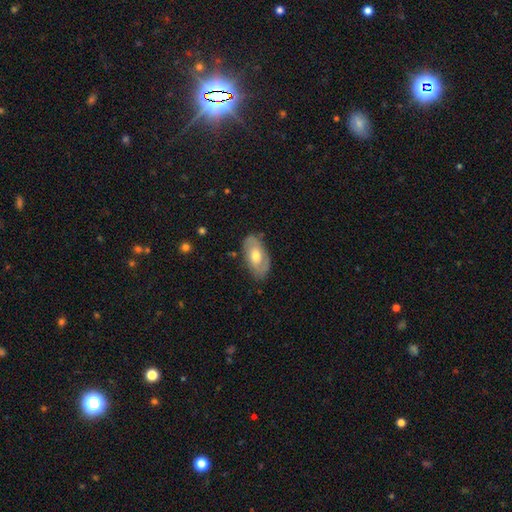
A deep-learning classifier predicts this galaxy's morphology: Smooth or featured?
  - featured or disk: 49% *
  - smooth: 45%
  - star or artifact: 6%
Merging?
  - none: 77% *
  - minor disturbance: 18%
  - major disturbance: 4%
  - merger: 1%